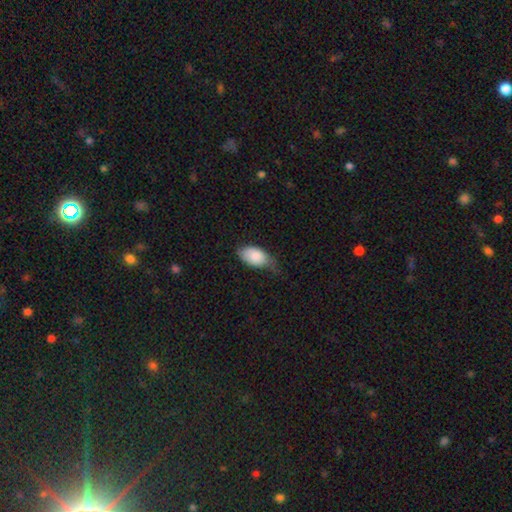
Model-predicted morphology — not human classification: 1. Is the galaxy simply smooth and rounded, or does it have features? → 83% smooth, 11% featured or disk, 6% star or artifact.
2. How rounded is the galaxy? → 93% in between, 5% round, 2% cigar-shaped.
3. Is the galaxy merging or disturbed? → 46% minor disturbance, 40% none, 13% major disturbance, 2% merger.